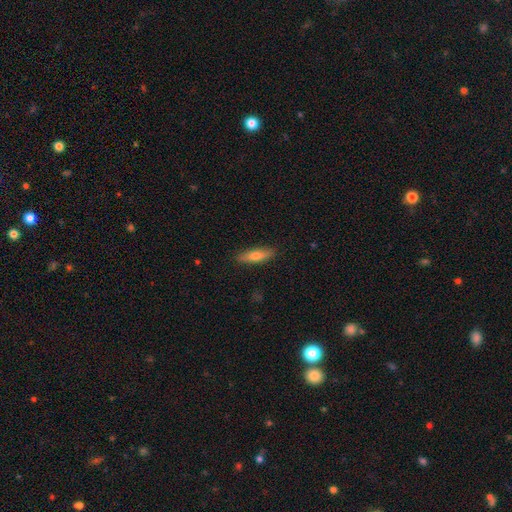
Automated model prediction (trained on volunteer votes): Smooth or featured? Predicted: smooth (p=0.65). How rounded? Predicted: cigar-shaped (p=0.65). Merging? Predicted: none (p=0.89).